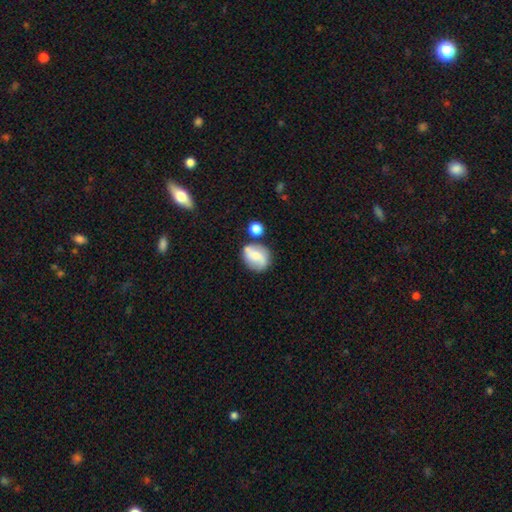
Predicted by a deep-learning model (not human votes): A smooth galaxy with no disk features (52%) that is round (62%). Merging: none (64%).